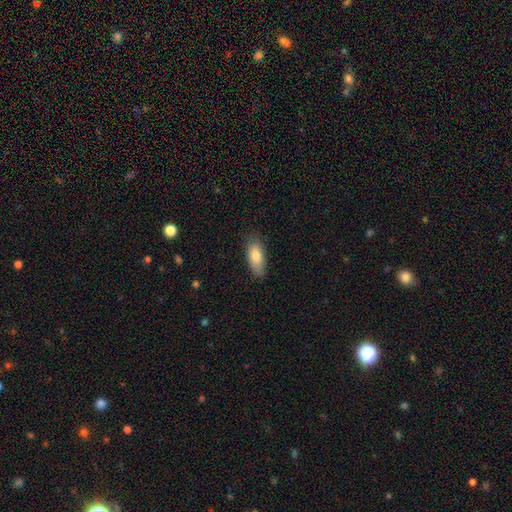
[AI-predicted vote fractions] smooth-or-featured: smooth: 78% | featured or disk: 15% | star or artifact: 7%
  how-rounded: in between: 82% | cigar-shaped: 15% | round: 3%
  merging: none: 75% | minor disturbance: 20% | major disturbance: 4% | merger: 1%